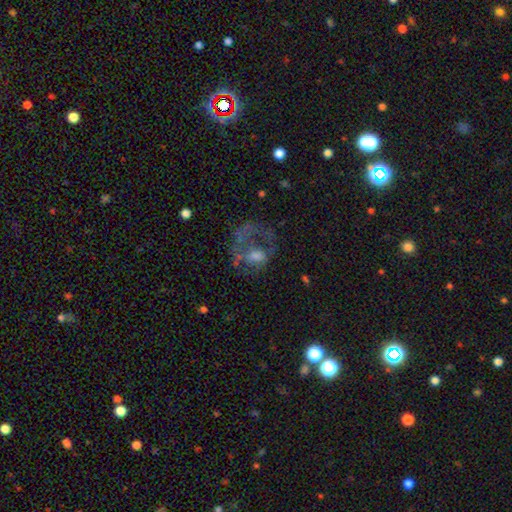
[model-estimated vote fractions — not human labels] Smooth or featured? featured or disk (54%)
Edge-on disk? no (97%)
Bar? no (80%)
Spiral arms? no (71%)
Bulge size? moderate (39%)
Merging? major disturbance (50%)